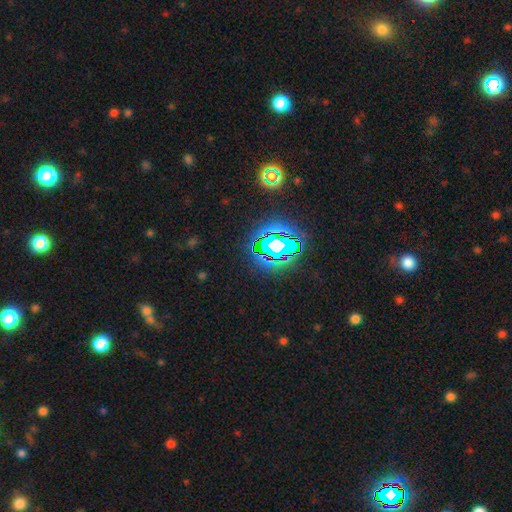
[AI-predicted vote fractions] This is likely a star or artifact rather than a galaxy (79%).